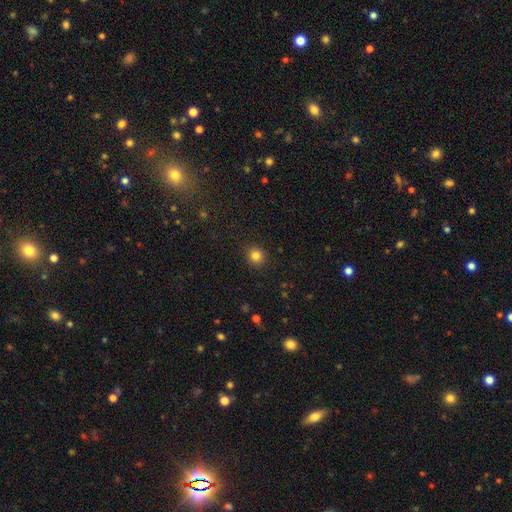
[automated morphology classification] A smooth galaxy with no disk features (83%) that is round (89%).

Vote fractions:
- Smooth or featured? smooth: 83% / star or artifact: 12% / featured or disk: 5%
- How rounded? round: 89% / in between: 10% / cigar-shaped: 1%
- Merging? none: 91% / minor disturbance: 6% / major disturbance: 2% / merger: 1%